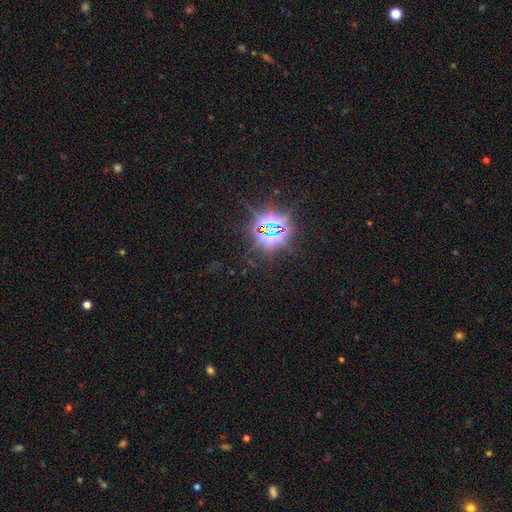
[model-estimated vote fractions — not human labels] Smooth or featured?
  - star or artifact: 84% *
  - smooth: 11%
  - featured or disk: 6%